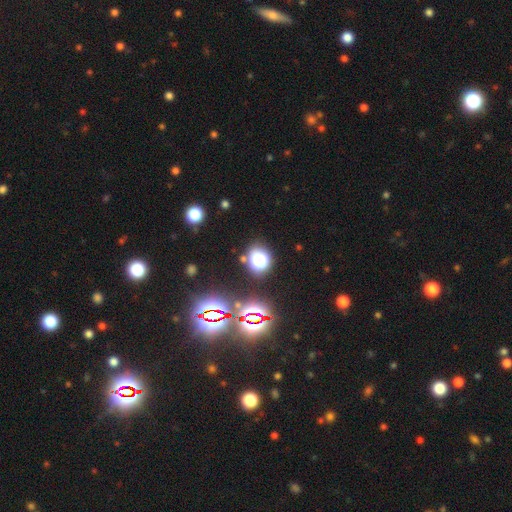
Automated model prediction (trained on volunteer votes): This is possibly a star or artifact rather than a galaxy (49%).